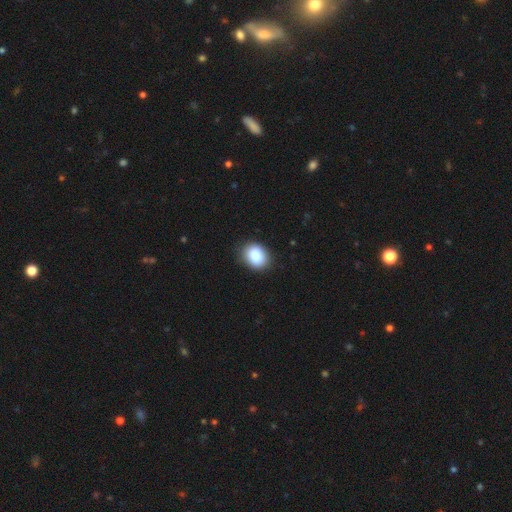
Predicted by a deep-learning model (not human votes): Smooth or featured?
  - smooth: 85% *
  - star or artifact: 8%
  - featured or disk: 6%
How rounded?
  - in between: 53% *
  - round: 46%
  - cigar-shaped: 1%
Merging?
  - none: 87% *
  - minor disturbance: 10%
  - major disturbance: 2%
  - merger: 1%